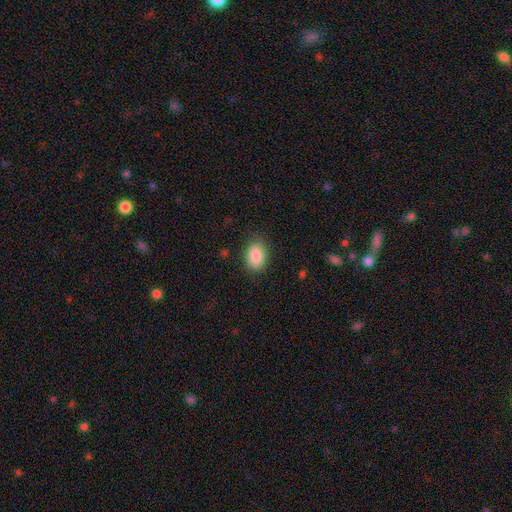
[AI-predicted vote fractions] A smooth galaxy with no disk features (88%) that is in between round and cigar-shaped (85%).

Vote fractions:
- Smooth or featured? smooth: 88% / star or artifact: 7% / featured or disk: 5%
- How rounded? in between: 85% / round: 14% / cigar-shaped: 1%
- Merging? none: 83% / minor disturbance: 13% / major disturbance: 3% / merger: 1%